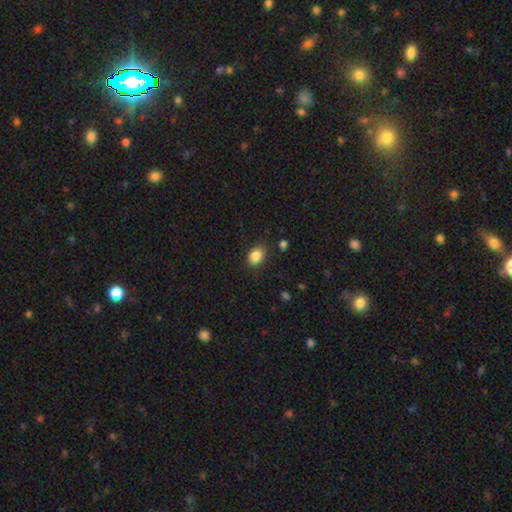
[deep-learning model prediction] Smooth or featured?
  - smooth: 86% *
  - star or artifact: 9%
  - featured or disk: 5%
How rounded?
  - in between: 73% *
  - round: 26%
  - cigar-shaped: 1%
Merging?
  - none: 80% *
  - minor disturbance: 14%
  - major disturbance: 3%
  - merger: 2%